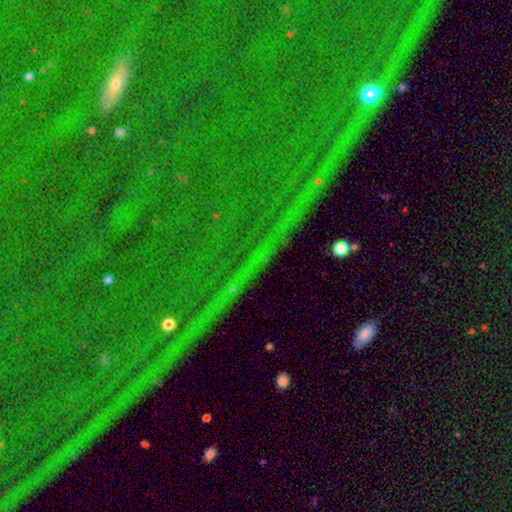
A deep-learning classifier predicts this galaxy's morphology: Overall: star or artifact (81%).